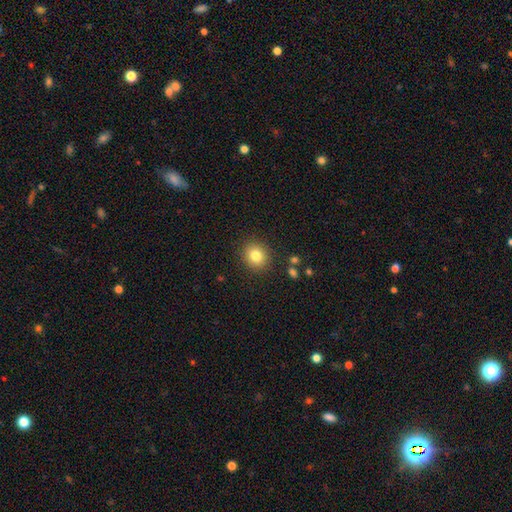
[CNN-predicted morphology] smooth 82%, star or artifact 10%, featured or disk 8%. Down the decision tree: how rounded — round (79%); merging — none (89%).